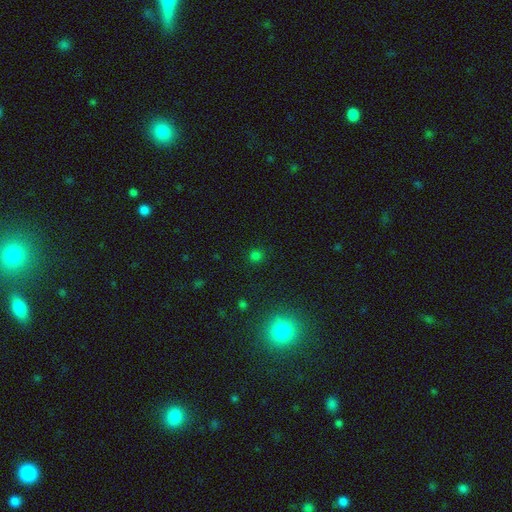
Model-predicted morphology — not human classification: smooth_or_featured: smooth (p=0.71) [alt: star or artifact p=0.25]
how_rounded: round (p=0.90) [alt: in between p=0.09]
merging: none (p=0.87) [alt: minor disturbance p=0.08]